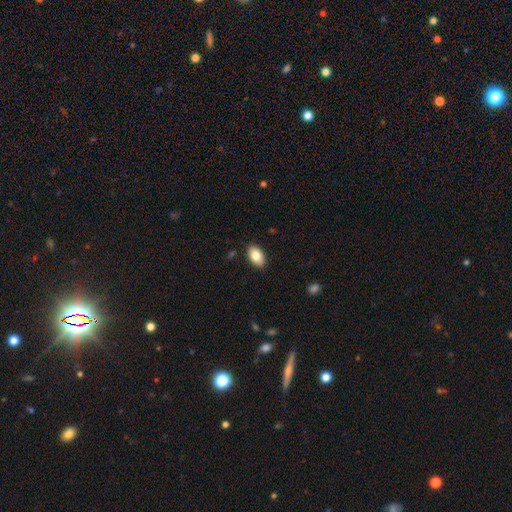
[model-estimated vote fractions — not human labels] Smooth or featured?
  - smooth: 83% *
  - featured or disk: 10%
  - star or artifact: 7%
How rounded?
  - in between: 93% *
  - round: 6%
  - cigar-shaped: 2%
Merging?
  - none: 88% *
  - minor disturbance: 9%
  - major disturbance: 2%
  - merger: 1%